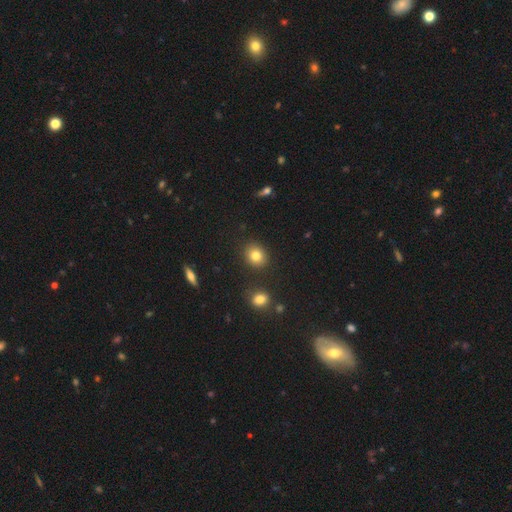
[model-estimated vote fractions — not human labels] A smooth galaxy with no disk features (81%) that is round (68%).

Vote fractions:
- Smooth or featured? smooth: 81% / star or artifact: 11% / featured or disk: 8%
- How rounded? round: 68% / in between: 31% / cigar-shaped: 1%
- Merging? none: 86% / minor disturbance: 8% / merger: 3% / major disturbance: 2%